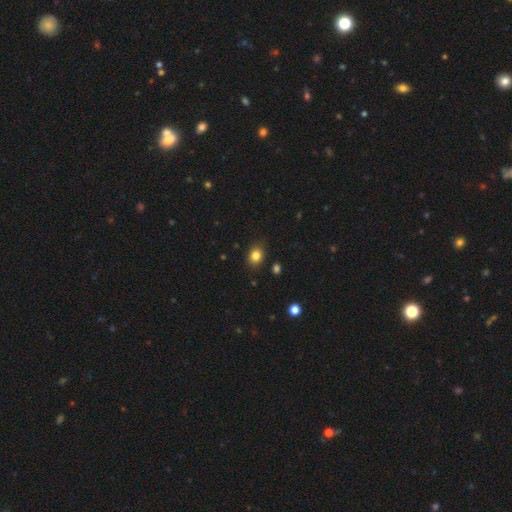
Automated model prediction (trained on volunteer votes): Q: Smooth or featured?
A: smooth (83%); runner-up: star or artifact (11%)
Q: How rounded?
A: round (50%); runner-up: in between (49%)
Q: Merging?
A: none (85%); runner-up: minor disturbance (11%)